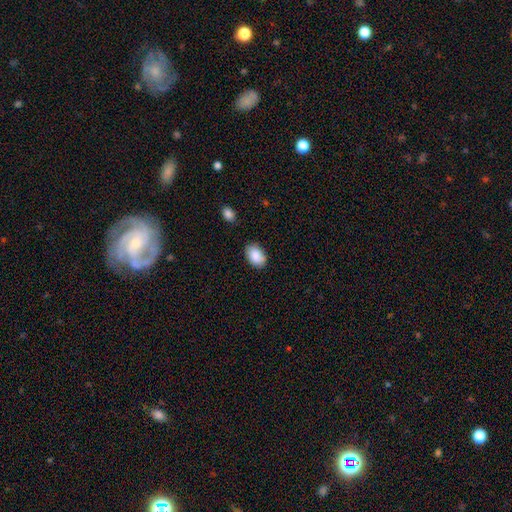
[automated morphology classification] Smooth or featured?
  - smooth: 88% *
  - star or artifact: 7%
  - featured or disk: 5%
How rounded?
  - in between: 86% *
  - round: 13%
  - cigar-shaped: 1%
Merging?
  - none: 80% *
  - minor disturbance: 15%
  - major disturbance: 3%
  - merger: 2%